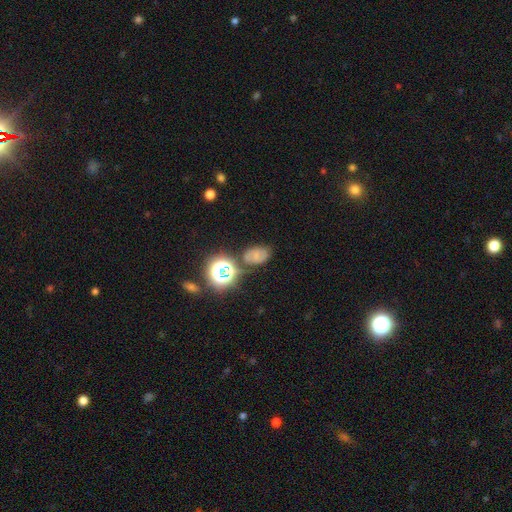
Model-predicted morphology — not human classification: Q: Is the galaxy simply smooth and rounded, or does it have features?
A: smooth — 47%.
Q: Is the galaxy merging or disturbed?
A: none — 62%.